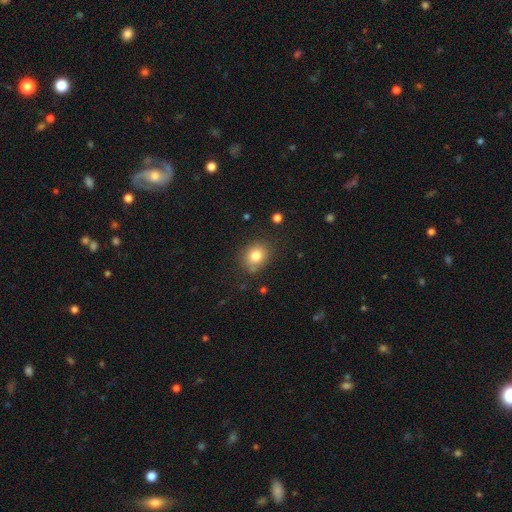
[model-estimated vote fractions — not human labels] Morphology: type=smooth (80%); roundness=round (62%); merging=none (79%).